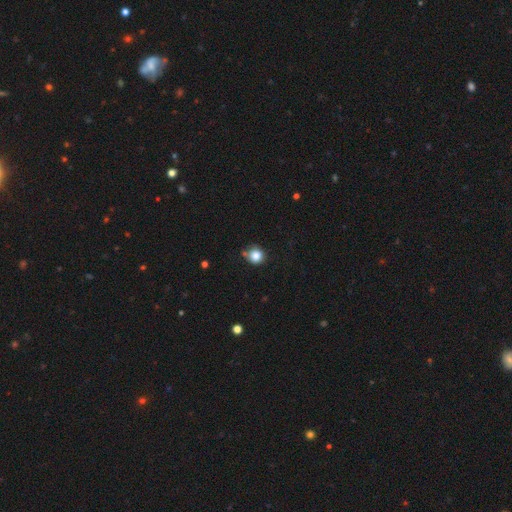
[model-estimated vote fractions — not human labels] The model was most divided on "merging": none: 72%, minor disturbance: 17%, merger: 7%, major disturbance: 4%. More confident: how rounded — round (90%); smooth or featured — smooth (84%).